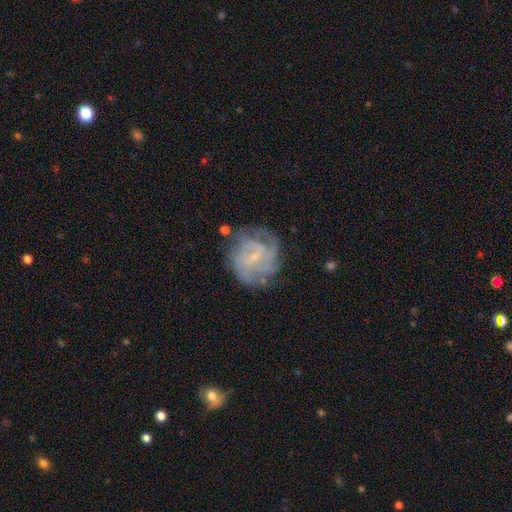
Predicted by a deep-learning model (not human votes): Smooth or featured: featured or disk — 82% (smooth — 11%)
Edge-on disk: no — 98% (yes — 2%)
Bar: weak — 49% (no — 40%)
Spiral arms: yes — 92% (no — 8%)
Spiral winding: tight — 53% (medium — 37%)
Spiral arm count: can't tell — 32% (3 — 24%)
Bulge size: small — 78% (moderate — 13%)
Merging: none — 66% (minor disturbance — 20%)